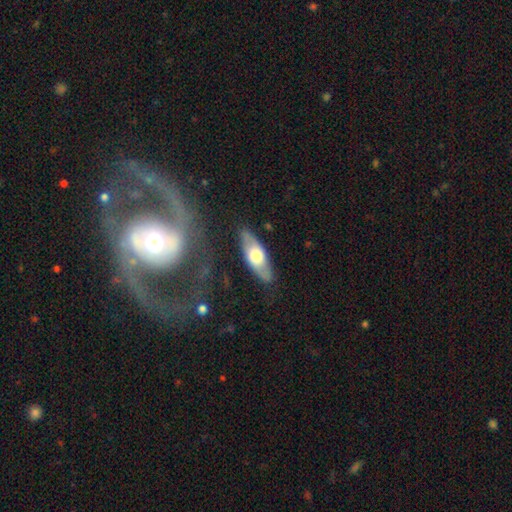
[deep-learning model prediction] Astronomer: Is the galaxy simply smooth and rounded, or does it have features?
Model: smooth — 53% (runner-up: featured or disk, 42%).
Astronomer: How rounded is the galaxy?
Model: in between — 67%.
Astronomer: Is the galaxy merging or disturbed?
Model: none — 83%.